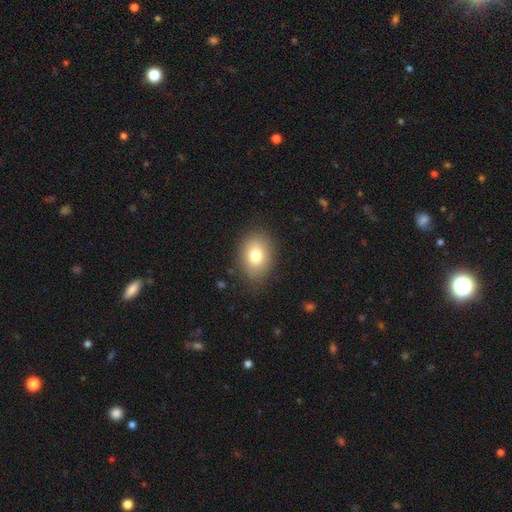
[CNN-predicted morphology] smooth 77%, featured or disk 13%, star or artifact 10%. Down the decision tree: how rounded — in between (71%); merging — none (83%).